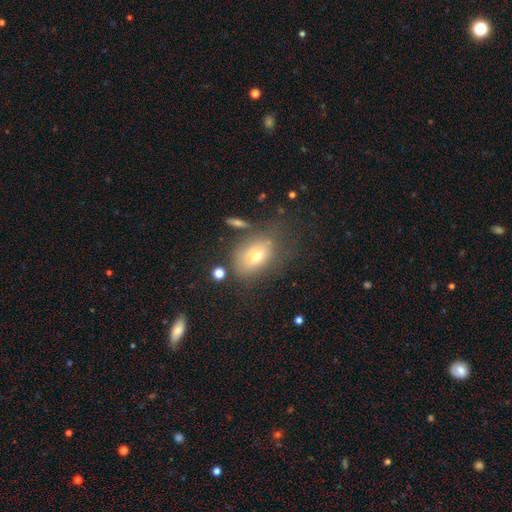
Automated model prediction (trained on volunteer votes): Smooth or featured? Predicted: smooth (p=0.70). How rounded? Predicted: in between (p=0.75). Merging? Predicted: none (p=0.61).